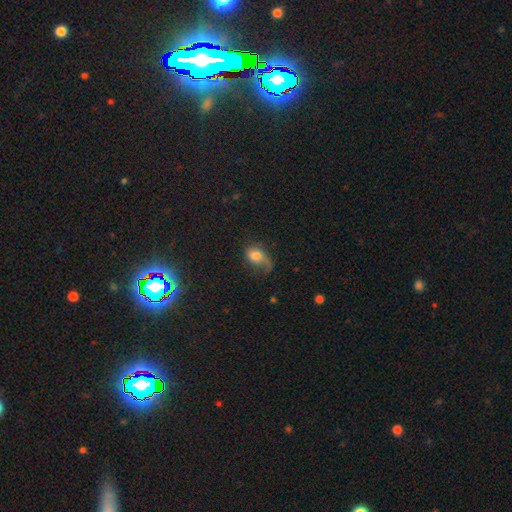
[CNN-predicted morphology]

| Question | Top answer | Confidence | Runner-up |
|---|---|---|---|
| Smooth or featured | smooth | 64% | featured or disk (25%) |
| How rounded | in between | 75% | round (23%) |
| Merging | major disturbance | 39% | none (30%) |